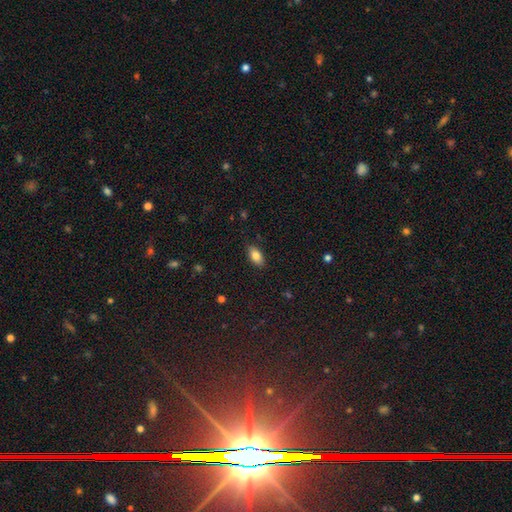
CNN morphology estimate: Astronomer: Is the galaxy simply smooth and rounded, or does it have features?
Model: smooth — 82%.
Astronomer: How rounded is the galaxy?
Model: in between — 90%.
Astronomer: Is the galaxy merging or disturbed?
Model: none — 87%.